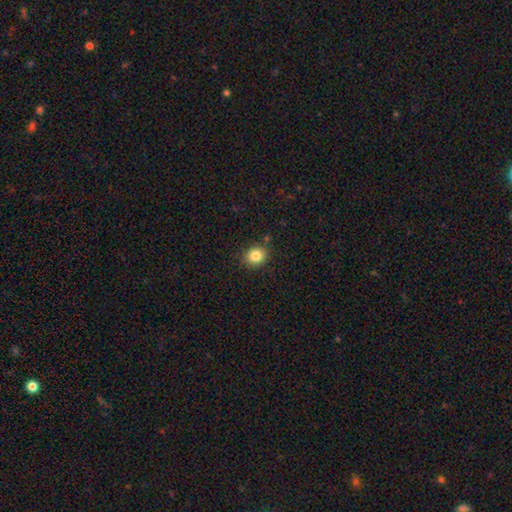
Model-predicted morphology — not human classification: This is clearly a smooth galaxy (84%). How rounded: likely round (71%). Merging: clearly none (85%).